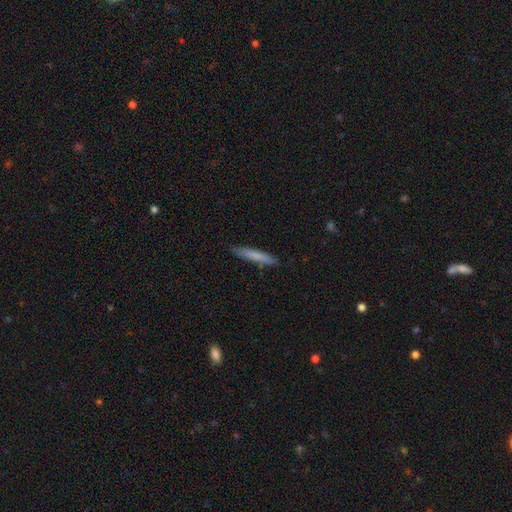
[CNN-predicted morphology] Smooth or featured? smooth (75%)
How rounded? cigar-shaped (93%)
Merging? none (87%)